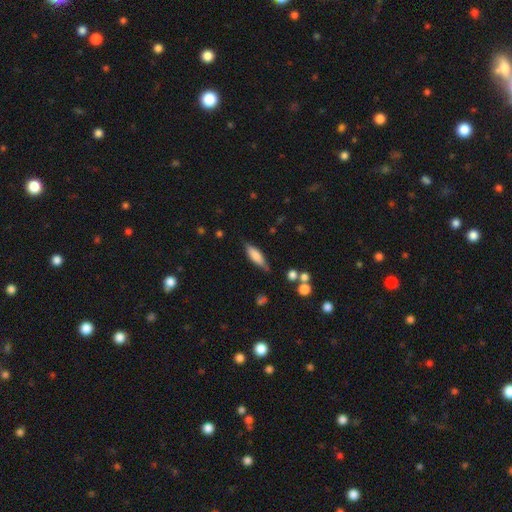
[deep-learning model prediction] This appears to be a smooth galaxy with no disk features (73%) that is in between round and cigar-shaped (50%). Merging: none (73%).